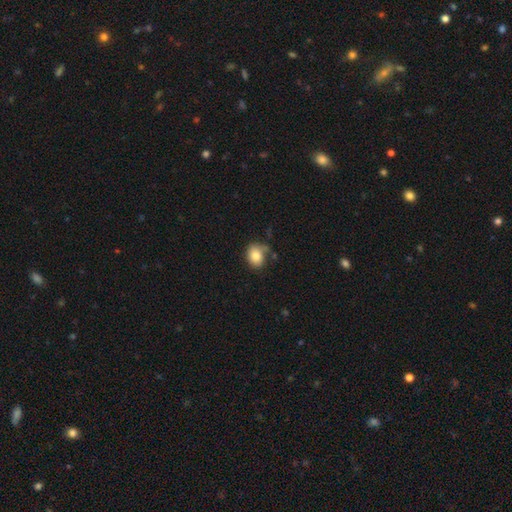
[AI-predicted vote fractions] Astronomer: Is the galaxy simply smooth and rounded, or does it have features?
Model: smooth — 81%.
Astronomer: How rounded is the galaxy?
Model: in between — 52% (runner-up: round, 47%).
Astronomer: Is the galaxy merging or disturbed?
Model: none — 59%.